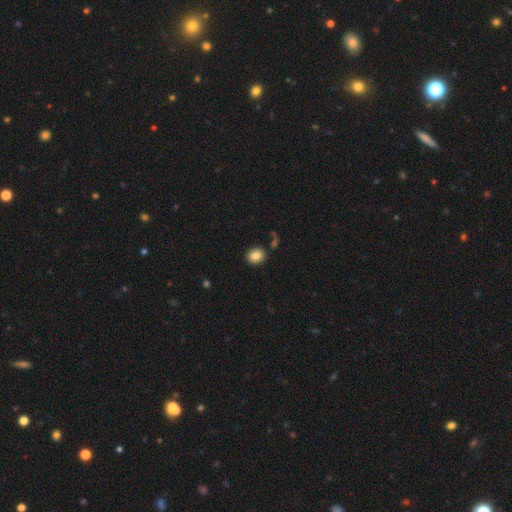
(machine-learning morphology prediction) This is clearly a smooth galaxy (86%). How rounded: likely round (67%). Merging: clearly none (86%).